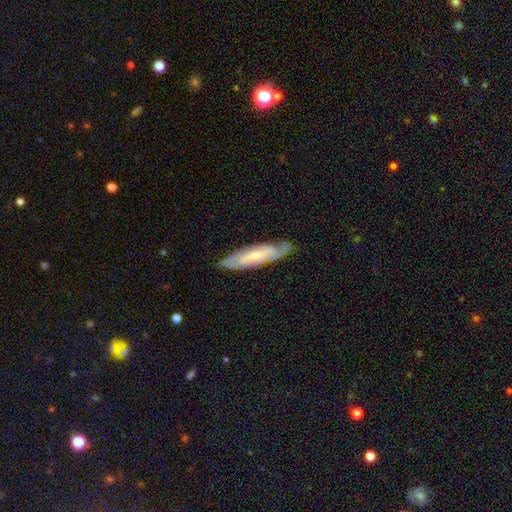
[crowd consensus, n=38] Smooth or featured: featured or disk — 76% (smooth — 24%)
Edge-on disk: no — 55% (yes — 45%)
Bar: weak — 50% (strong — 38%)
Spiral arms: yes — 81% (no — 19%)
Spiral winding: tight — 54% (medium — 38%)
Spiral arm count: 2 — 62% (can't tell — 31%)
Bulge size: moderate — 50% (tied with small — 50%)
Merging: none — 74% (minor disturbance — 18%)